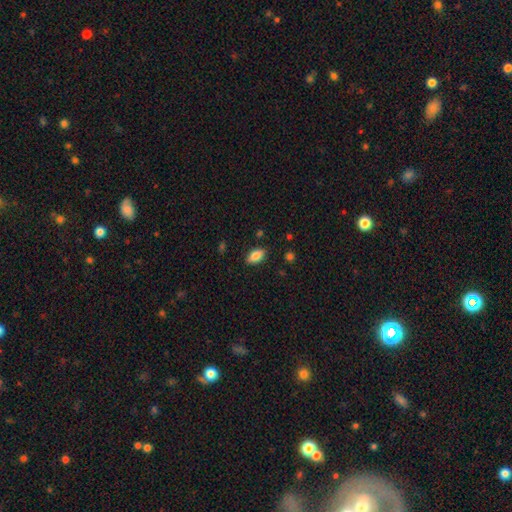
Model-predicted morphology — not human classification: smooth-or-featured: smooth: 82% | featured or disk: 10% | star or artifact: 8%
  how-rounded: in between: 90% | round: 5% | cigar-shaped: 5%
  merging: none: 86% | minor disturbance: 10% | major disturbance: 2% | merger: 1%